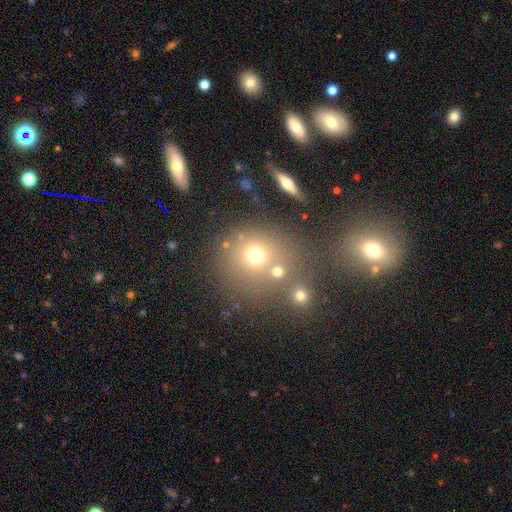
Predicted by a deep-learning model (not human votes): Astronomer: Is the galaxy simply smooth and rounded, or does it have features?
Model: smooth — 66%.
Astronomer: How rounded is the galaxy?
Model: round — 83%.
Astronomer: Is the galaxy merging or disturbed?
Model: none — 58%.